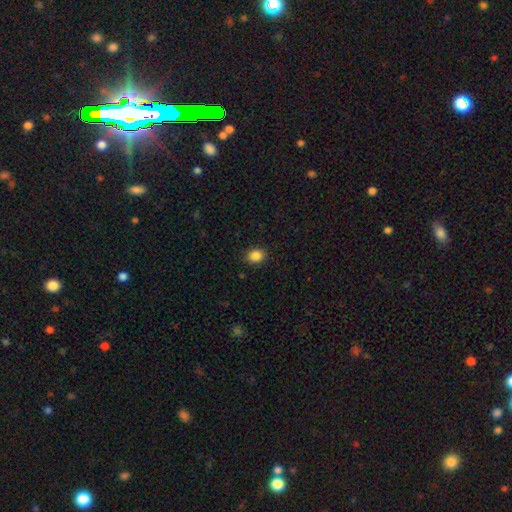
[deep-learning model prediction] Smooth or featured? smooth (86%)
How rounded? round (53%)
Merging? none (89%)